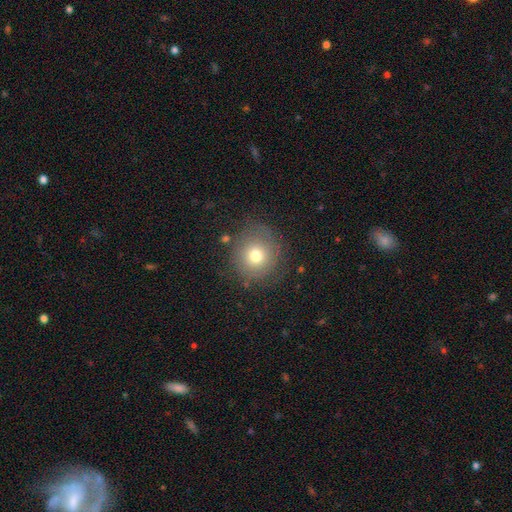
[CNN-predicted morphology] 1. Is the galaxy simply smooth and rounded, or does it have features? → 71% smooth, 17% featured or disk, 13% star or artifact.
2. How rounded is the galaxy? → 91% round, 8% in between, 1% cigar-shaped.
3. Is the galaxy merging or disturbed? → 79% none, 13% minor disturbance, 6% major disturbance, 2% merger.